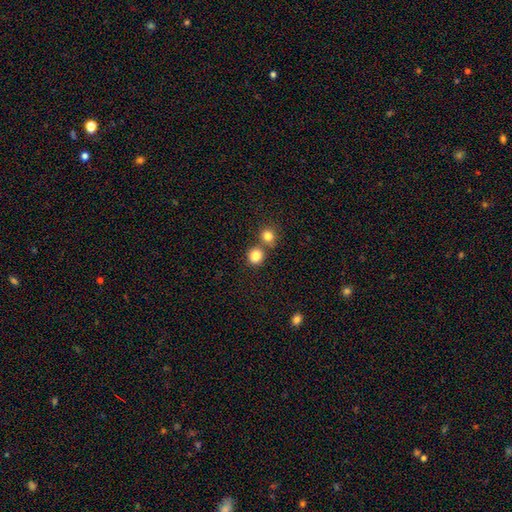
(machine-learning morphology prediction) This appears to be a smooth galaxy with no disk features (84%) that is round (86%). Merging: none (66%).